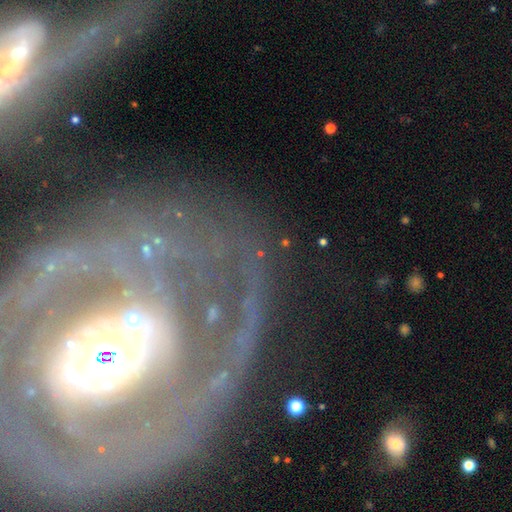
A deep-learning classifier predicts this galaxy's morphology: smooth_or_featured: featured or disk (p=0.76) [alt: star or artifact p=0.13]
disk_edge_on: no (p=0.91) [alt: yes p=0.09]
bar: no (p=0.44) [alt: strong p=0.29]
has_spiral_arms: yes (p=0.72) [alt: no p=0.28]
bulge_size: moderate (p=0.51) [alt: small p=0.24]
merging: none (p=0.68) [alt: minor disturbance p=0.14]